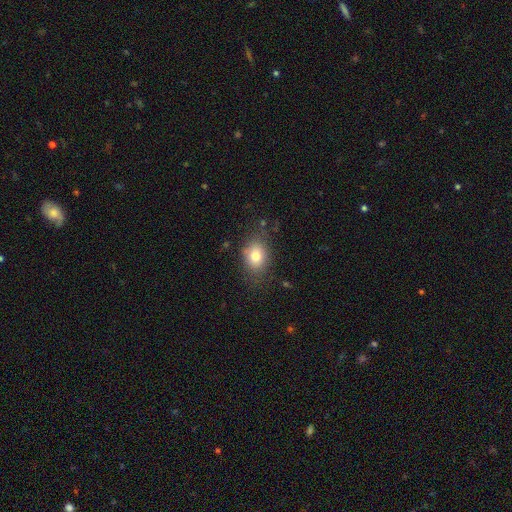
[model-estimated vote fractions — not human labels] A smooth galaxy with no disk features (77%) that is in between round and cigar-shaped (59%).

Vote fractions:
- Smooth or featured? smooth: 77% / featured or disk: 12% / star or artifact: 11%
- How rounded? in between: 59% / round: 39% / cigar-shaped: 1%
- Merging? none: 76% / minor disturbance: 17% / major disturbance: 5% / merger: 2%